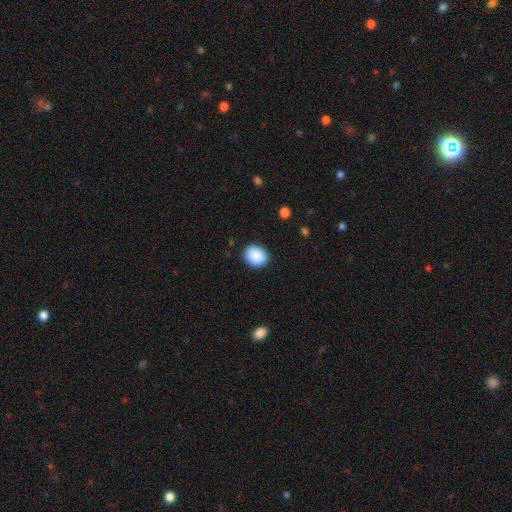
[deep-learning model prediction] The model was most divided on "how rounded": round: 63%, in between: 36%, cigar-shaped: 1%. More confident: smooth or featured — smooth (90%); merging — none (89%).